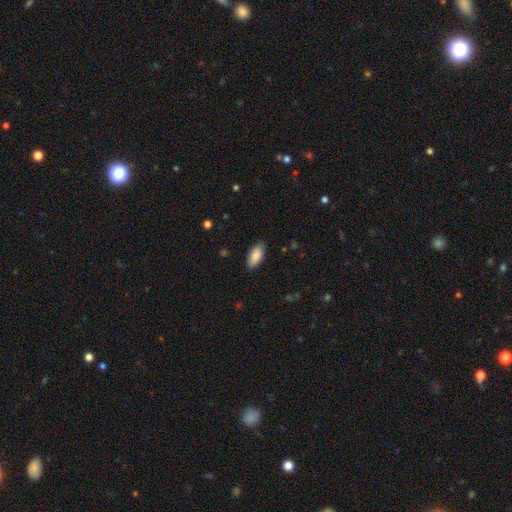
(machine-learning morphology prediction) type=smooth (87%); roundness=in between (90%); merging=none (85%).